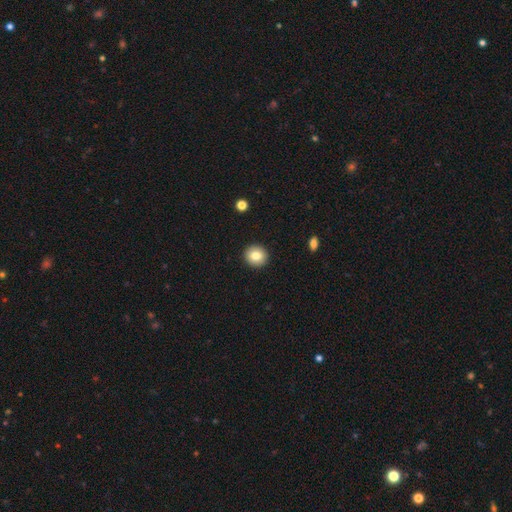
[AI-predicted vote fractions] Smooth or featured?
  - smooth: 81% *
  - featured or disk: 10%
  - star or artifact: 9%
How rounded?
  - round: 90% *
  - in between: 9%
  - cigar-shaped: 1%
Merging?
  - none: 92% *
  - minor disturbance: 5%
  - major disturbance: 2%
  - merger: 1%